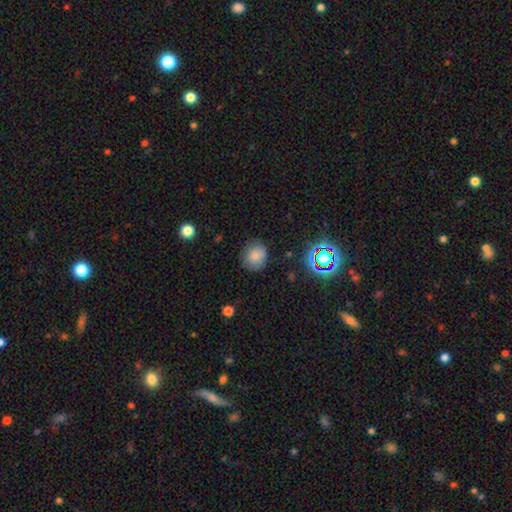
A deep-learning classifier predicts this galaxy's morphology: A smooth galaxy with no disk features (80%) that is round (77%).

Vote fractions:
- Smooth or featured? smooth: 80% / star or artifact: 13% / featured or disk: 8%
- How rounded? round: 77% / in between: 22% / cigar-shaped: 1%
- Merging? none: 78% / minor disturbance: 16% / major disturbance: 4% / merger: 2%